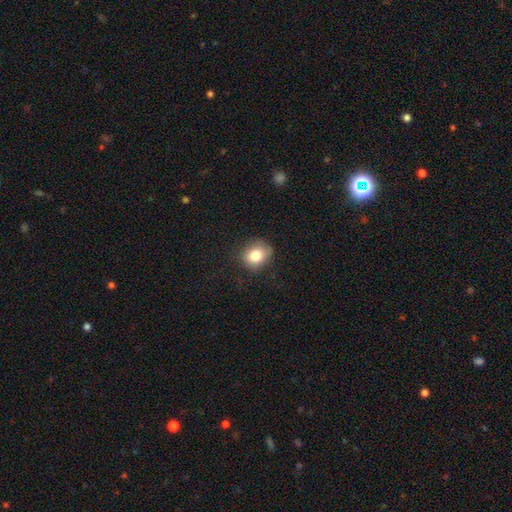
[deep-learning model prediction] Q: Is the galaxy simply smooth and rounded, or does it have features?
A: smooth — 80%.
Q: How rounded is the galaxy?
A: round — 68%.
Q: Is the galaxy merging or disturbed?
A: none — 75%.